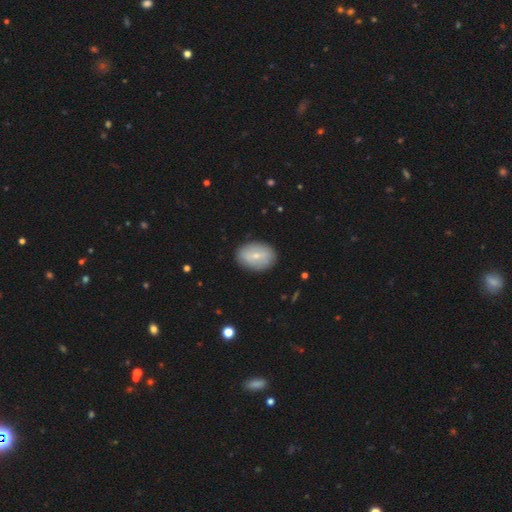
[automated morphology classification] type=smooth (60%); roundness=in between (82%); merging=none (87%).